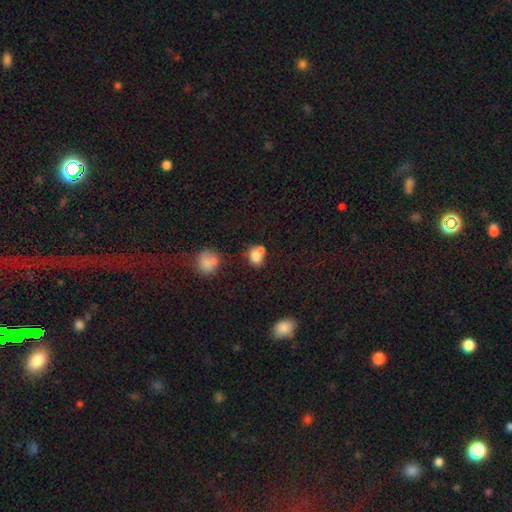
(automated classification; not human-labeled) Q: Smooth or featured?
A: smooth (75%); runner-up: featured or disk (14%)
Q: How rounded?
A: round (58%); runner-up: in between (41%)
Q: Merging?
A: merger (45%); runner-up: none (37%)